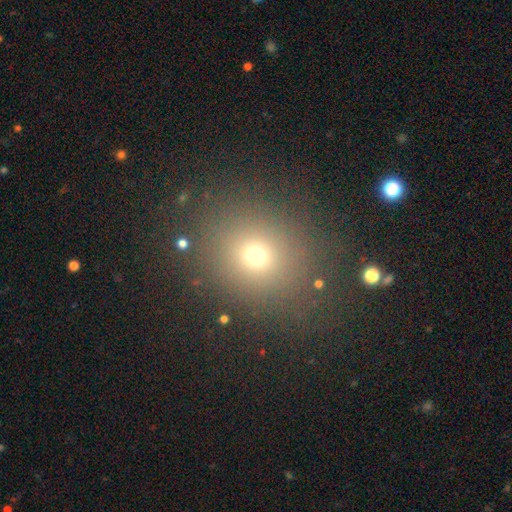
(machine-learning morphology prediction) The model was most divided on "smooth or featured": smooth: 68%, star or artifact: 23%, featured or disk: 9%. More confident: merging — none (84%); how rounded — round (78%).